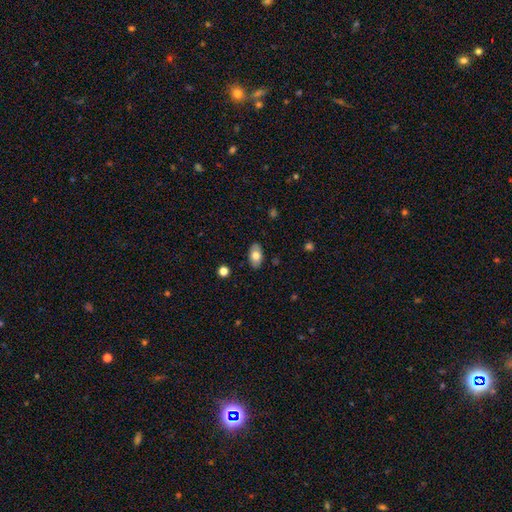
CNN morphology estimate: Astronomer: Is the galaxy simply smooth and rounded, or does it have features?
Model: smooth — 71%.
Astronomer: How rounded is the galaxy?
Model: in between — 92%.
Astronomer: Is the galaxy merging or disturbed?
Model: none — 86%.